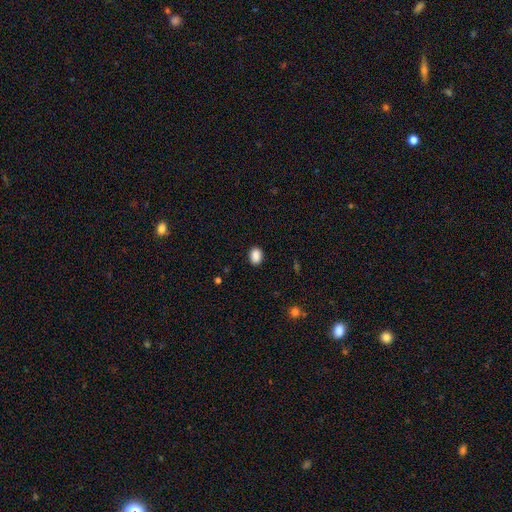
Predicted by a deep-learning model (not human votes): A smooth galaxy with no disk features (89%) that is in between round and cigar-shaped (73%).

Vote fractions:
- Smooth or featured? smooth: 89% / star or artifact: 8% / featured or disk: 3%
- How rounded? in between: 73% / round: 26% / cigar-shaped: 1%
- Merging? none: 89% / minor disturbance: 8% / major disturbance: 2% / merger: 1%